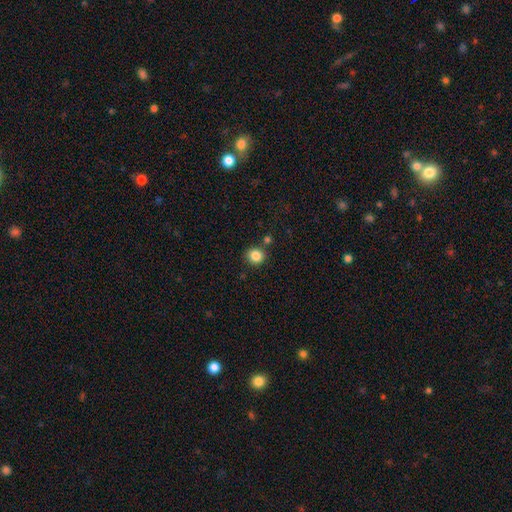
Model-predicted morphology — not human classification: Smooth or featured?
  - smooth: 85% *
  - star or artifact: 10%
  - featured or disk: 4%
How rounded?
  - round: 88% *
  - in between: 11%
  - cigar-shaped: 1%
Merging?
  - none: 82% *
  - minor disturbance: 8%
  - merger: 7%
  - major disturbance: 2%